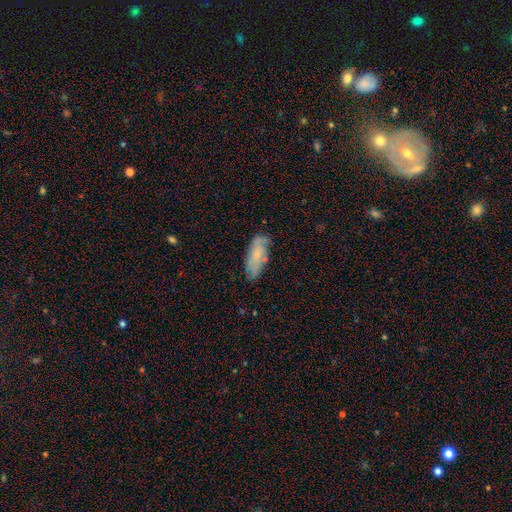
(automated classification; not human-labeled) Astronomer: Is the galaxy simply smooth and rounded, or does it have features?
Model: smooth — 54% (runner-up: featured or disk, 36%).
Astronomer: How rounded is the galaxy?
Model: in between — 71%.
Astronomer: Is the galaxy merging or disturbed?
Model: none — 72%.